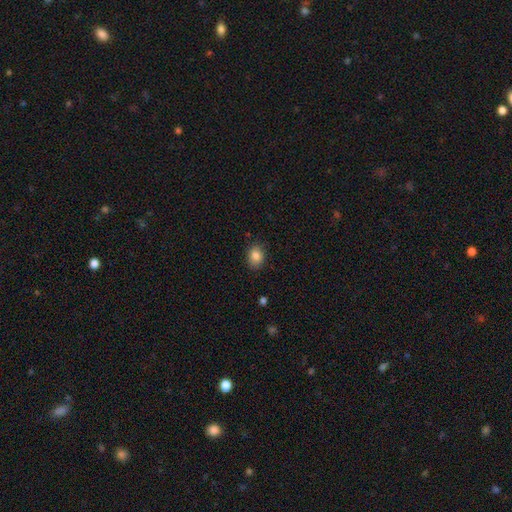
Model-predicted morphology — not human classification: Q: Smooth or featured?
A: smooth (85%); runner-up: star or artifact (9%)
Q: How rounded?
A: in between (64%); runner-up: round (35%)
Q: Merging?
A: none (86%); runner-up: minor disturbance (11%)